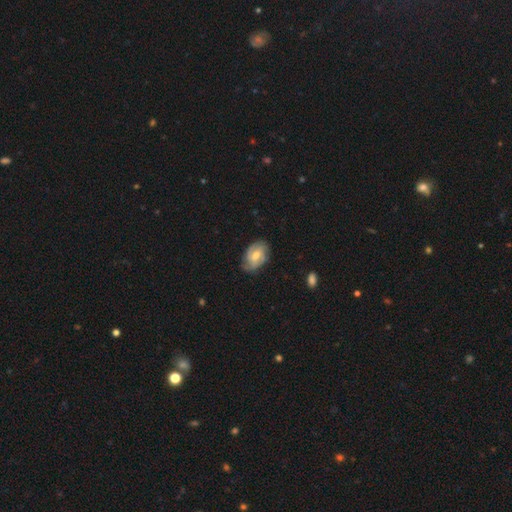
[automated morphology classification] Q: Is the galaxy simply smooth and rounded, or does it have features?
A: featured or disk — 59%.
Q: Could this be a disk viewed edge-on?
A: no — 96%.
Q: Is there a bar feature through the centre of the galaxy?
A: weak — 50%.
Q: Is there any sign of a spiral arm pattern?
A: yes — 85%.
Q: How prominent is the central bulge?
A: moderate — 62%.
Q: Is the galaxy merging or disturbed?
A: none — 68%.